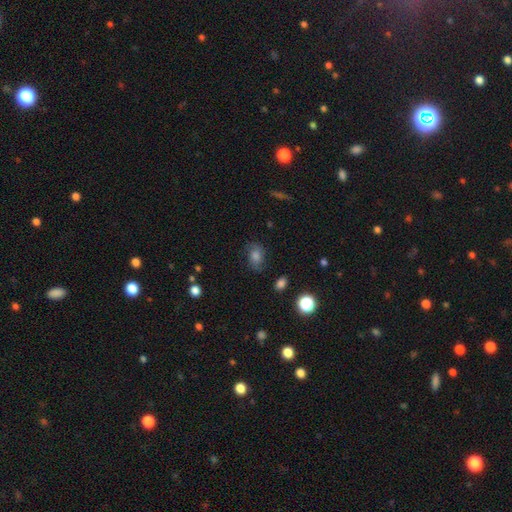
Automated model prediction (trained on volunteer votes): A smooth galaxy with no disk features (57%) that is in between round and cigar-shaped (66%).

Vote fractions:
- Smooth or featured? smooth: 57% / featured or disk: 25% / star or artifact: 18%
- How rounded? in between: 66% / round: 32% / cigar-shaped: 2%
- Merging? none: 72% / minor disturbance: 19% / major disturbance: 8% / merger: 2%